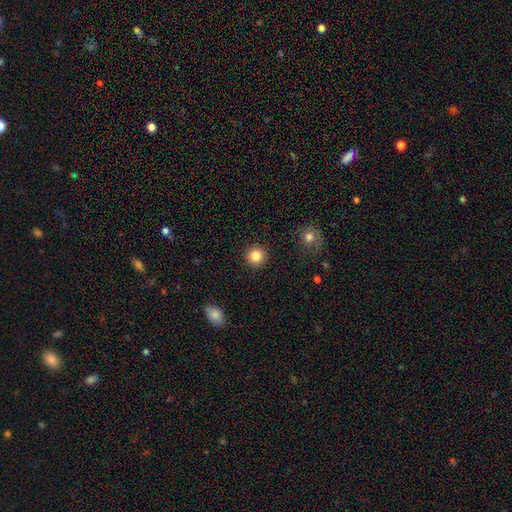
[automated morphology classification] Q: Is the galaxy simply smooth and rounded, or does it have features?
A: smooth — 85%.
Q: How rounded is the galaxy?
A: round — 95%.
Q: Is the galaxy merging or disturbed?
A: none — 92%.